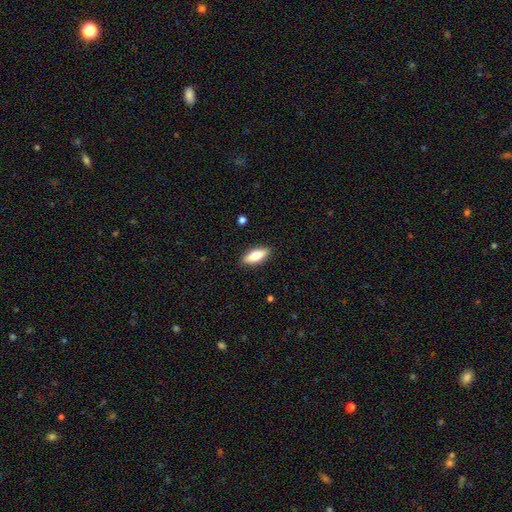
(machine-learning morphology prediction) smooth_or_featured: smooth (p=0.69) [alt: featured or disk p=0.25]
how_rounded: in between (p=0.68) [alt: cigar-shaped p=0.29]
merging: none (p=0.88) [alt: minor disturbance p=0.09]